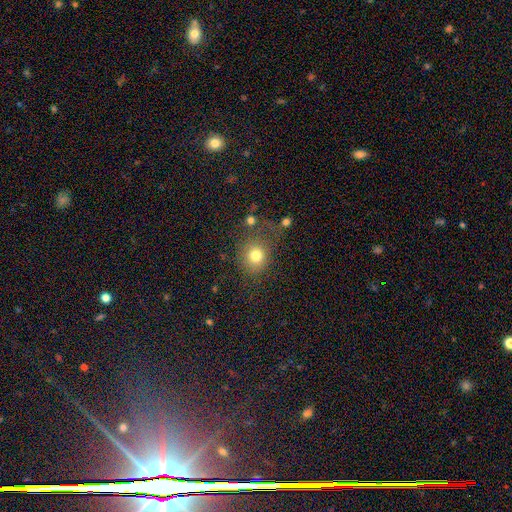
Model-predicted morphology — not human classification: A smooth galaxy with no disk features (78%) that is round (83%). Merging: none (68%).